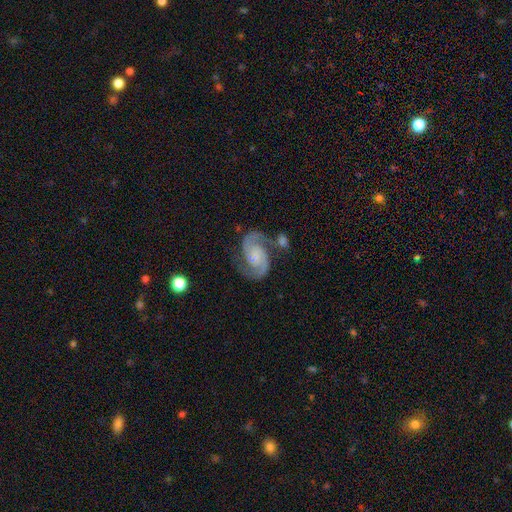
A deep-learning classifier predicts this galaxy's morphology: This is clearly a featured or disk galaxy (91%). It is clearly not viewed edge-on (98%). Bar: possibly no (55%). Spiral arm pattern: clearly yes (98%). Spiral arm count: clearly 2 (94%). Spiral winding: possibly medium (58%). Central bulge: possibly small (49%). Merging: likely none (68%).